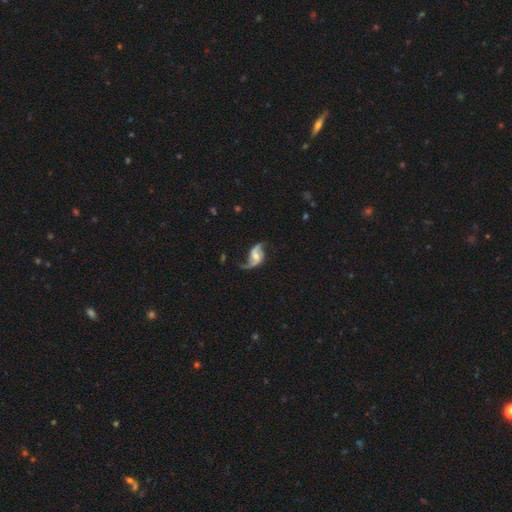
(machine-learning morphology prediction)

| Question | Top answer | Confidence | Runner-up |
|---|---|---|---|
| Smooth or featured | featured or disk | 89% | smooth (6%) |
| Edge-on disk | no | 97% | yes (3%) |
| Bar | no | 43% | weak (39%) |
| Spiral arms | yes | 96% | no (4%) |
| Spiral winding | loose | 76% | medium (19%) |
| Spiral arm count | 2 | 92% | 1 (3%) |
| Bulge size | moderate | 51% | small (39%) |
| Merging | none | 66% | minor disturbance (18%) |